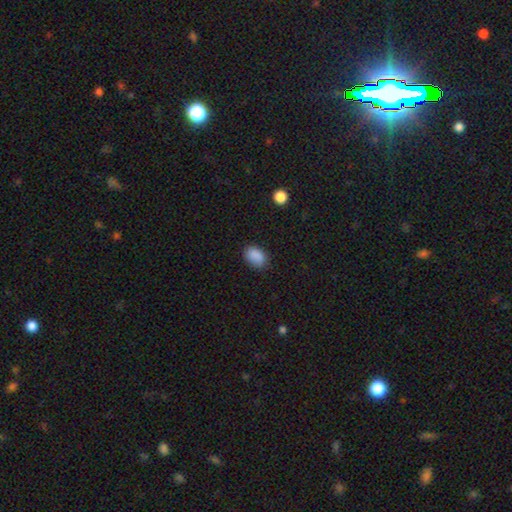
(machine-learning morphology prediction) This is clearly a smooth galaxy (88%). How rounded: clearly in between (81%). Merging: clearly none (80%).